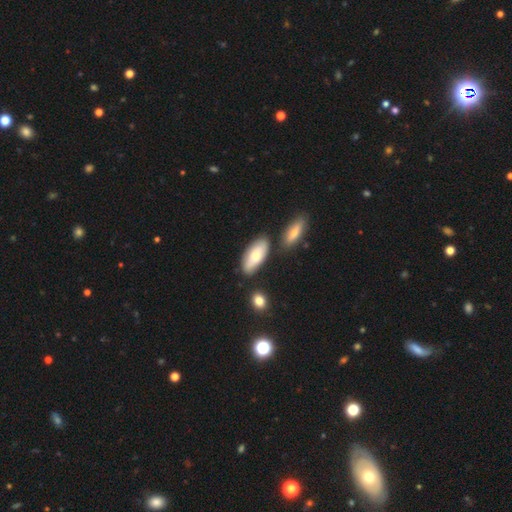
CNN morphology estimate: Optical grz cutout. It shows a smooth galaxy with no disk features (69%) that is in between round and cigar-shaped (83%). Merging: none (73%).